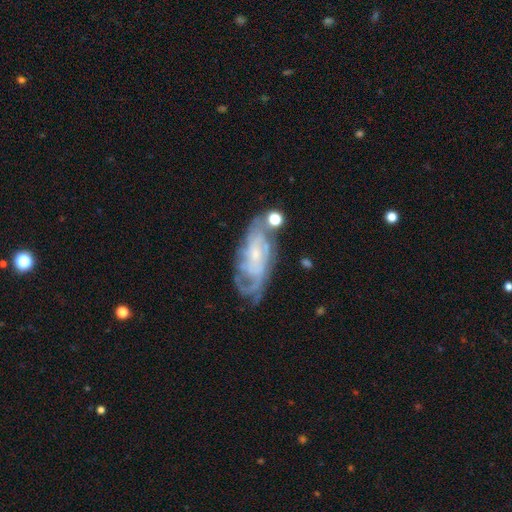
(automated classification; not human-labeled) Smooth or featured: featured or disk — 80% (smooth — 13%)
Edge-on disk: no — 92% (yes — 8%)
Bar: no — 65% (weak — 29%)
Spiral arms: yes — 91% (no — 9%)
Spiral winding: tight — 55% (medium — 34%)
Spiral arm count: can't tell — 42% (3 — 18%)
Bulge size: small — 72% (moderate — 18%)
Merging: none — 58% (minor disturbance — 22%)